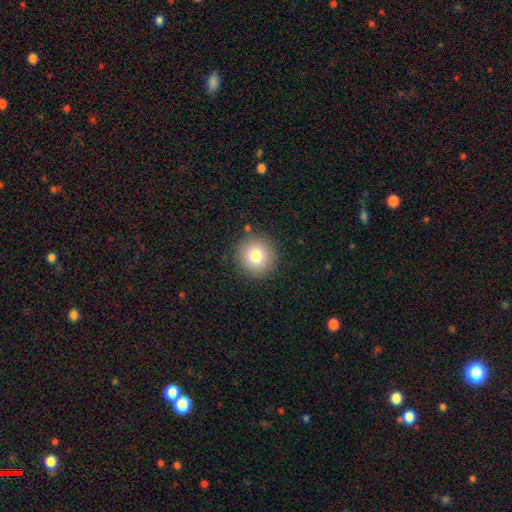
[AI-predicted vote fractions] A smooth galaxy with no disk features (80%) that is round (93%). Merging: none (88%).